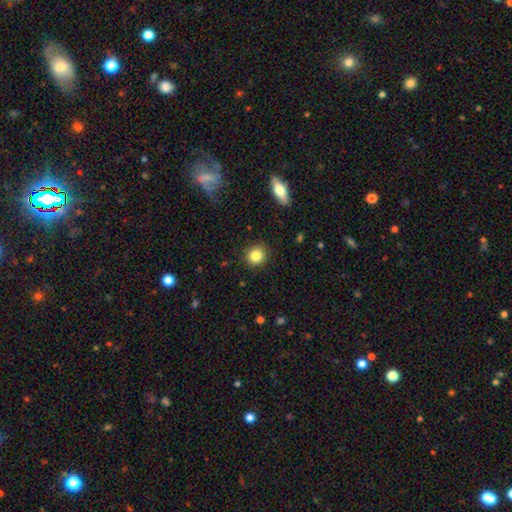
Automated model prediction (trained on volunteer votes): This appears to be a smooth galaxy with no disk features (84%) that is round (90%). Merging: none (90%).